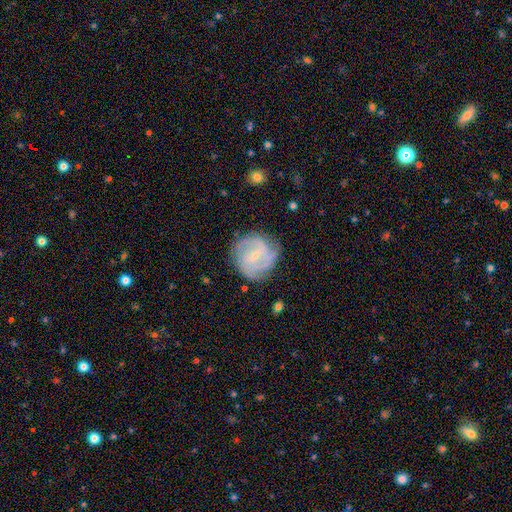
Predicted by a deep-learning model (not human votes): This appears to be a featured or disk galaxy (76%) with a weak bar (52%), 2 (33%) tight (50%) spiral arms (91%) and a small central bulge (76%). Merging: none (74%).